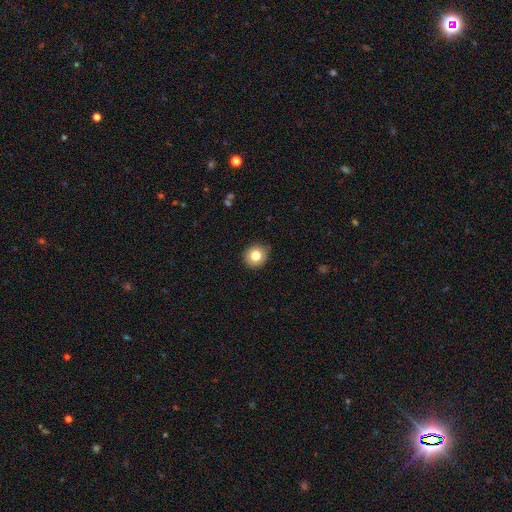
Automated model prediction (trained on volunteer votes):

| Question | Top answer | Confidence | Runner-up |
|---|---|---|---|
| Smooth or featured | smooth | 80% | star or artifact (10%) |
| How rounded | round | 91% | in between (8%) |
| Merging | none | 87% | minor disturbance (10%) |